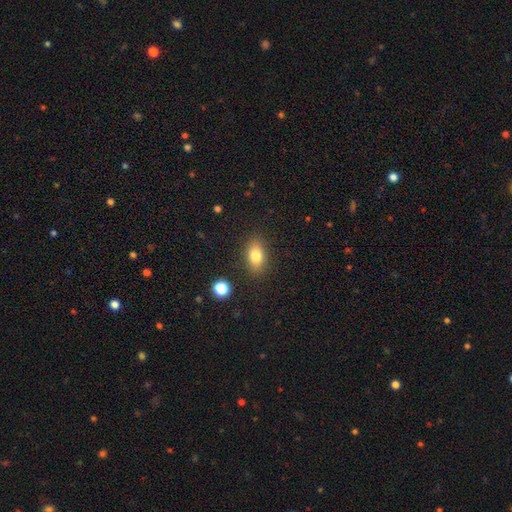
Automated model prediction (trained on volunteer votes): Overall: smooth (81%). How rounded: in between (85%). Merging: none (85%).